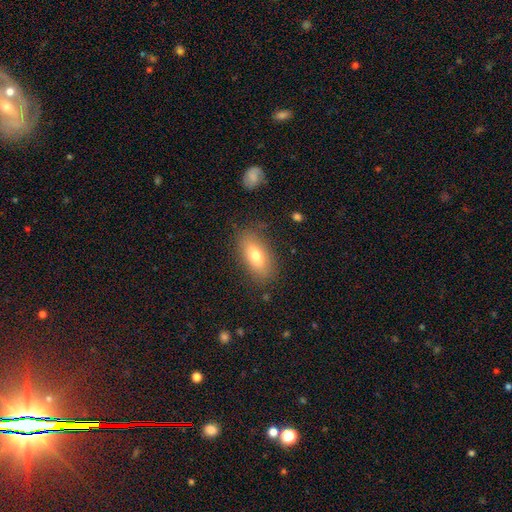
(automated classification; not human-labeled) smooth_or_featured: smooth (p=0.74) [alt: featured or disk p=0.18]
how_rounded: in between (p=0.85) [alt: cigar-shaped p=0.10]
merging: none (p=0.83) [alt: minor disturbance p=0.12]